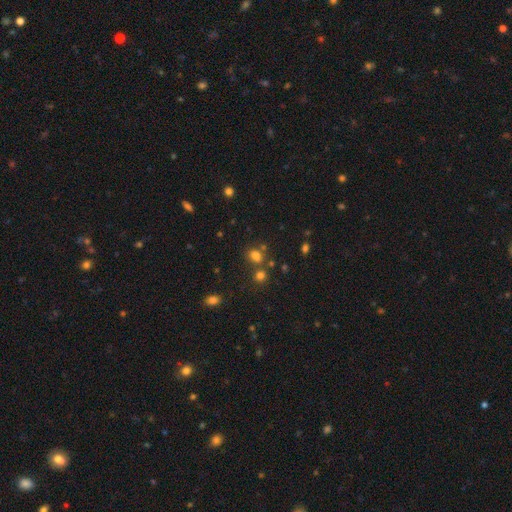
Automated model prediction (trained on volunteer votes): Smooth or featured?
  - smooth: 73% *
  - star or artifact: 20%
  - featured or disk: 7%
How rounded?
  - in between: 51% *
  - round: 48%
  - cigar-shaped: 1%
Merging?
  - none: 62% *
  - merger: 21%
  - minor disturbance: 12%
  - major disturbance: 5%